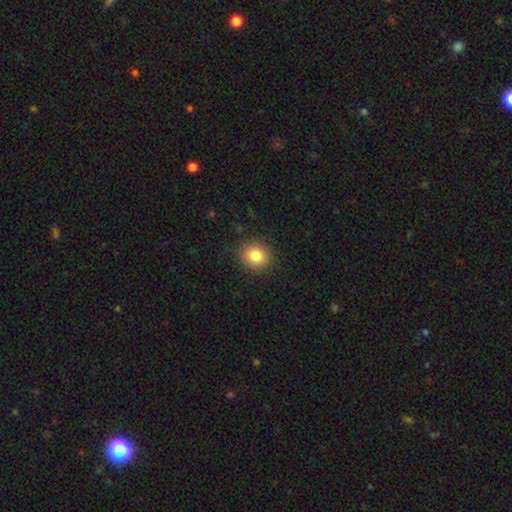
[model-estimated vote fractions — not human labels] Smooth or featured? smooth (83%)
How rounded? round (81%)
Merging? none (89%)